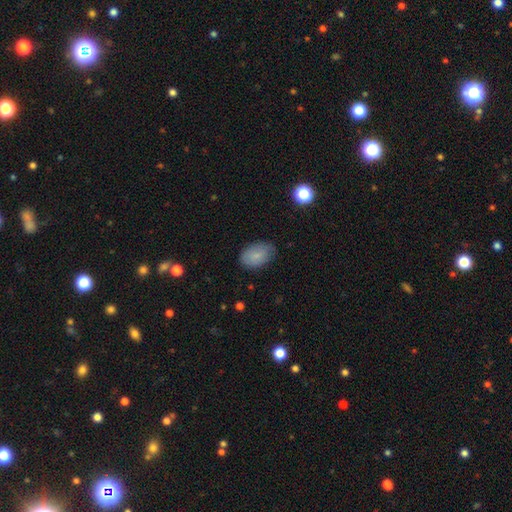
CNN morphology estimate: Smooth or featured?
  - smooth: 79% *
  - featured or disk: 13%
  - star or artifact: 8%
How rounded?
  - in between: 88% *
  - round: 11%
  - cigar-shaped: 1%
Merging?
  - none: 74% *
  - minor disturbance: 21%
  - major disturbance: 4%
  - merger: 1%